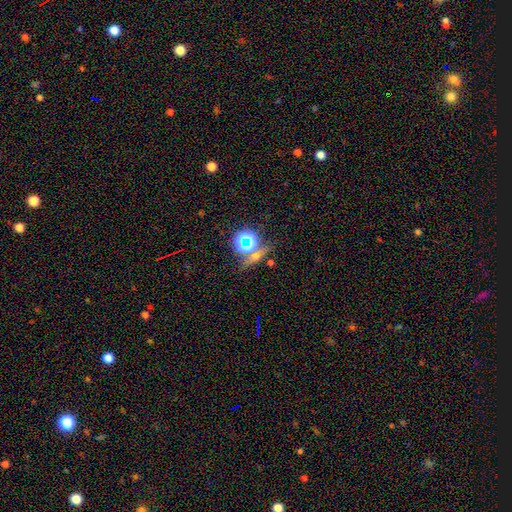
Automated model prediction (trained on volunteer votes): Smooth or featured? Predicted: star or artifact (p=0.48).